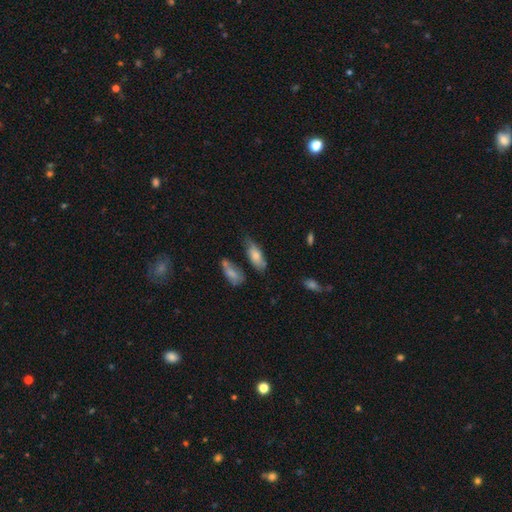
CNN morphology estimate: smooth-or-featured: smooth: 71% | featured or disk: 22% | star or artifact: 8%
  how-rounded: in between: 76% | cigar-shaped: 21% | round: 3%
  merging: none: 49% | minor disturbance: 31% | merger: 11% | major disturbance: 9%